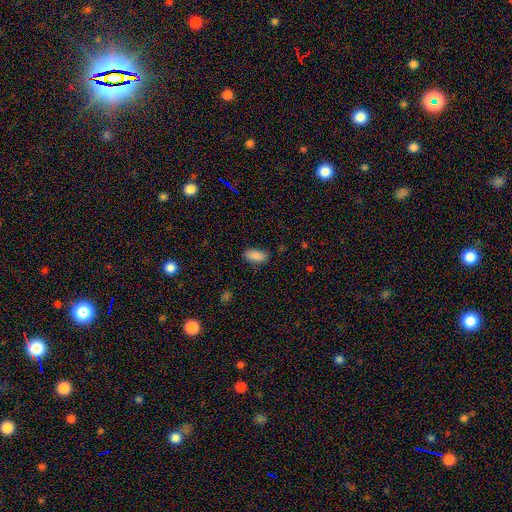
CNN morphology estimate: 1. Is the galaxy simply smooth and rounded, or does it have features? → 88% smooth, 8% star or artifact, 5% featured or disk.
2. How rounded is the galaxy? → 91% in between, 6% cigar-shaped, 3% round.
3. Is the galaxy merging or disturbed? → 82% none, 13% minor disturbance, 3% major disturbance, 1% merger.